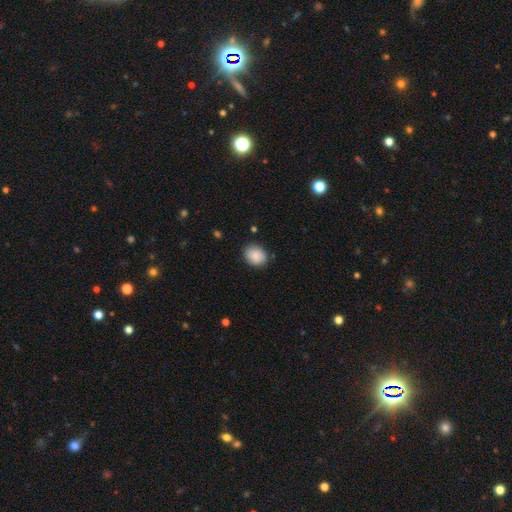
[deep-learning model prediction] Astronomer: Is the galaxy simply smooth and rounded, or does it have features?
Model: smooth — 87%.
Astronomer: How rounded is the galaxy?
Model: round — 56% (runner-up: in between, 43%).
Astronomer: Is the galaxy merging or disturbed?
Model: none — 82%.